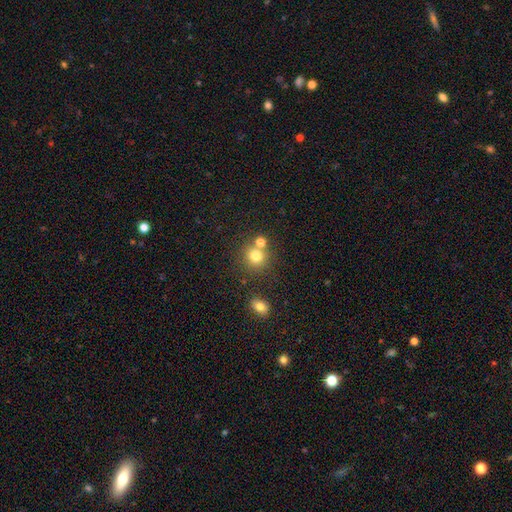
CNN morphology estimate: The model was most divided on "merging": none: 66%, merger: 22%, minor disturbance: 9%, major disturbance: 3%. More confident: how rounded — round (88%); smooth or featured — smooth (77%).